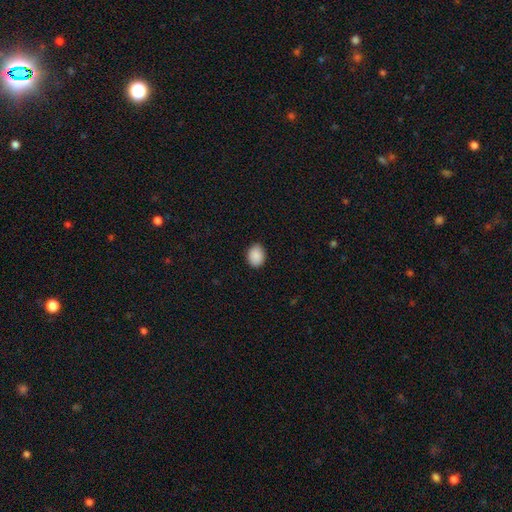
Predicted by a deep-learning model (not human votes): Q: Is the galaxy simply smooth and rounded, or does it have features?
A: smooth — 90%.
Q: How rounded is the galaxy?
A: in between — 61%.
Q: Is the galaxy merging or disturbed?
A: none — 88%.